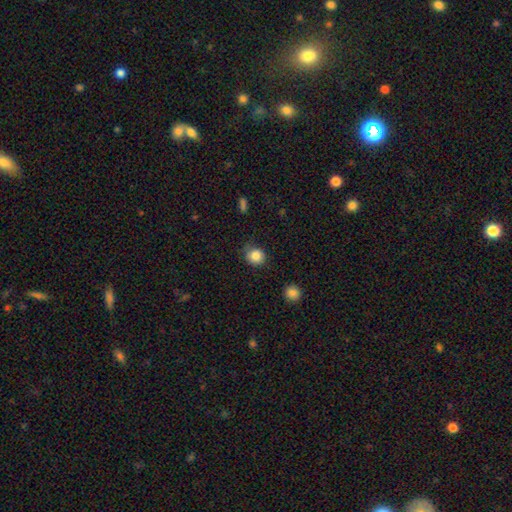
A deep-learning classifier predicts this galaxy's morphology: Smooth or featured: smooth — 84% (star or artifact — 10%)
How rounded: round — 84% (in between — 15%)
Merging: none — 73% (minor disturbance — 21%)